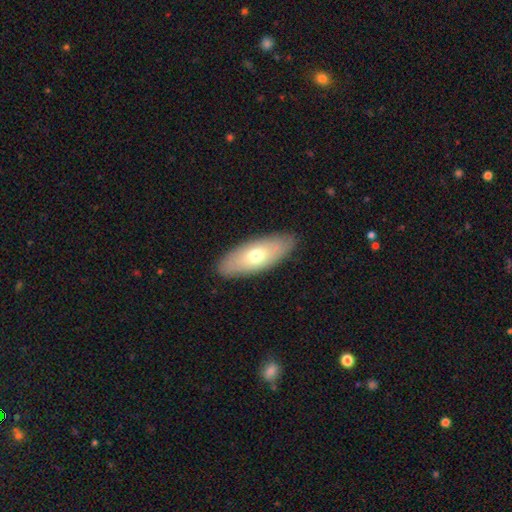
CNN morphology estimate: A smooth galaxy with no disk features (64%) that is in between round and cigar-shaped (79%).

Vote fractions:
- Smooth or featured? smooth: 64% / featured or disk: 30% / star or artifact: 6%
- How rounded? in between: 79% / cigar-shaped: 19% / round: 2%
- Merging? none: 87% / minor disturbance: 10% / major disturbance: 2% / merger: 1%